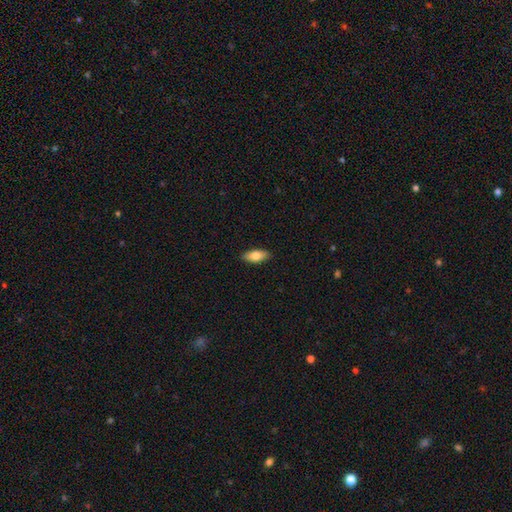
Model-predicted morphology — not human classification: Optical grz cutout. It shows a smooth galaxy with no disk features (77%) that is in between round and cigar-shaped (83%). Merging: none (89%).